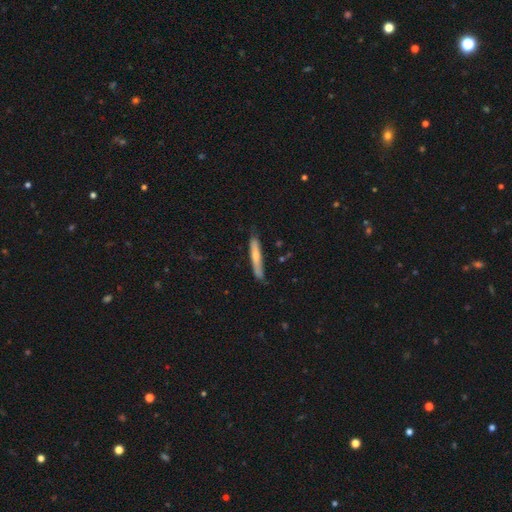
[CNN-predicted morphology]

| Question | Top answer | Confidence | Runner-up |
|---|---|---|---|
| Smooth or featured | smooth | 63% | featured or disk (32%) |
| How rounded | cigar-shaped | 94% | in between (5%) |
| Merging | none | 76% | minor disturbance (19%) |